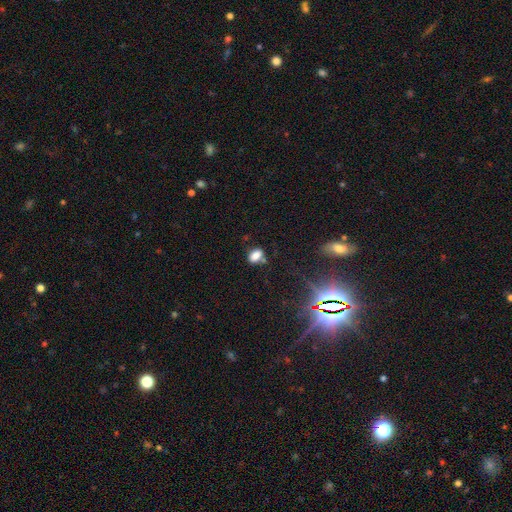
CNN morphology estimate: Q: Smooth or featured?
A: smooth (79%); runner-up: star or artifact (14%)
Q: How rounded?
A: in between (84%); runner-up: round (14%)
Q: Merging?
A: none (69%); runner-up: minor disturbance (17%)